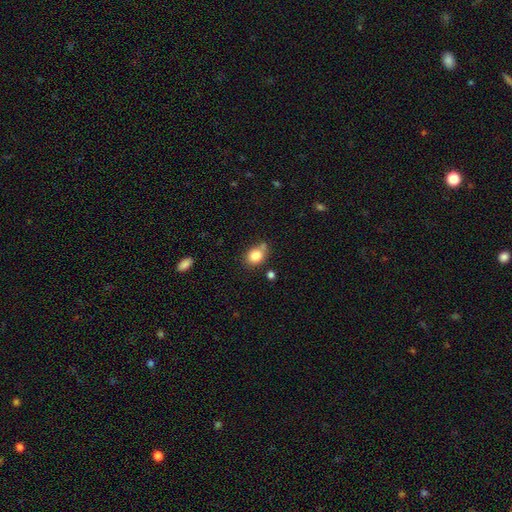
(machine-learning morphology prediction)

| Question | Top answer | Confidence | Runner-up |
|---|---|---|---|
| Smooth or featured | smooth | 83% | star or artifact (10%) |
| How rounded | round | 55% | in between (44%) |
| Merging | none | 60% | minor disturbance (21%) |